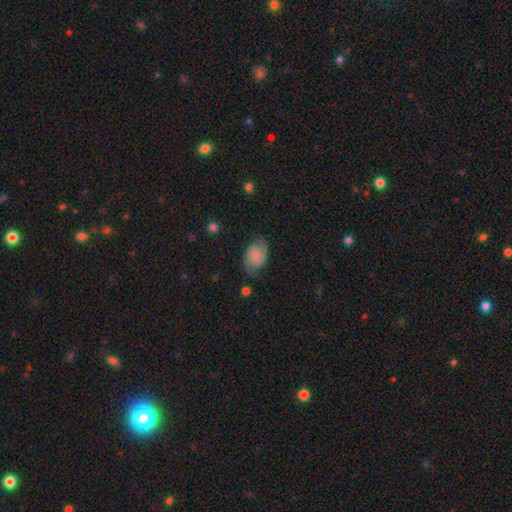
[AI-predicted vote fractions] A smooth galaxy with no disk features (59%) that is in between round and cigar-shaped (79%).

Vote fractions:
- Smooth or featured? smooth: 59% / featured or disk: 32% / star or artifact: 9%
- How rounded? in between: 79% / round: 20% / cigar-shaped: 1%
- Merging? none: 64% / minor disturbance: 26% / major disturbance: 9% / merger: 2%